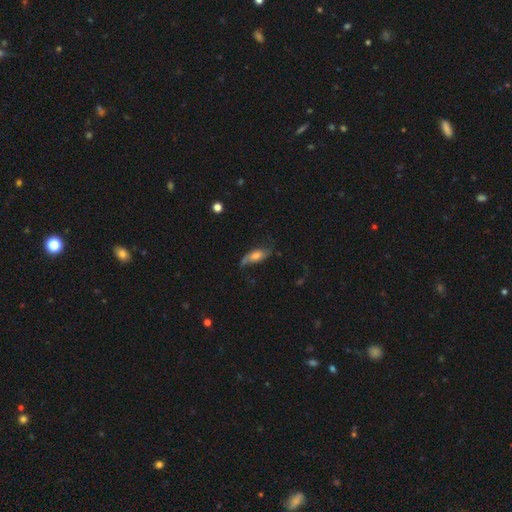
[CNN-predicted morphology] Smooth or featured?
  - featured or disk: 52% *
  - smooth: 40%
  - star or artifact: 8%
Edge-on disk?
  - no: 81% *
  - yes: 19%
Merging?
  - none: 57% *
  - minor disturbance: 26%
  - major disturbance: 14%
  - merger: 3%